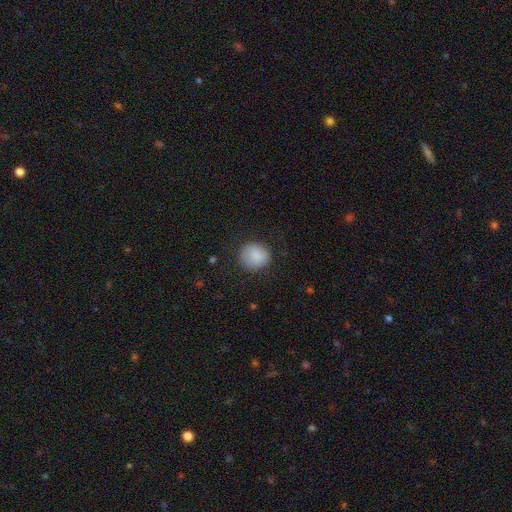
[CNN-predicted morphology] A smooth galaxy with no disk features (86%) that is round (84%).

Vote fractions:
- Smooth or featured? smooth: 86% / star or artifact: 8% / featured or disk: 6%
- How rounded? round: 84% / in between: 15% / cigar-shaped: 1%
- Merging? none: 81% / minor disturbance: 14% / major disturbance: 4% / merger: 1%